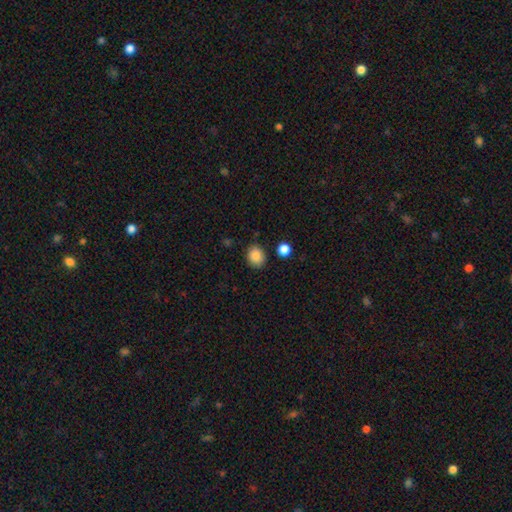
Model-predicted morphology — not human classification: Smooth or featured? smooth (87%)
How rounded? round (68%)
Merging? none (84%)